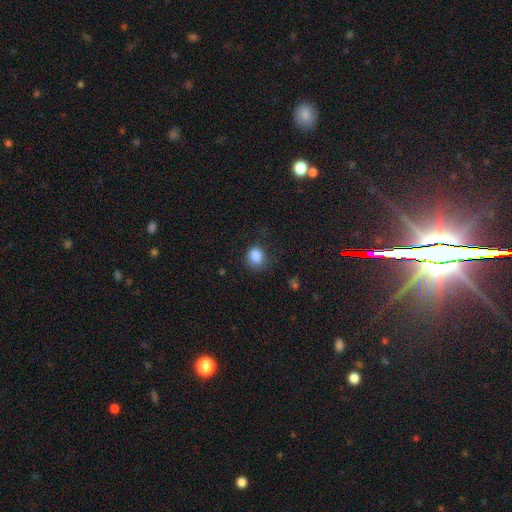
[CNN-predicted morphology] Overall: smooth (86%). How rounded: round (65%; in between 34%). Merging: none (68%).